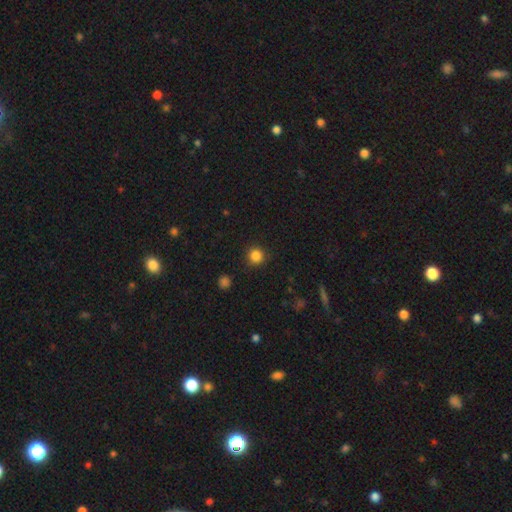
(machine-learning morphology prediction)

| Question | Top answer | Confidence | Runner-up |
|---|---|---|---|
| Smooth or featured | smooth | 84% | star or artifact (12%) |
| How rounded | round | 95% | in between (4%) |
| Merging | none | 91% | minor disturbance (6%) |